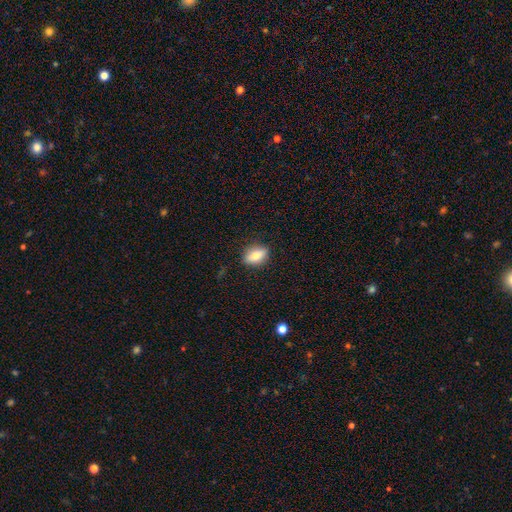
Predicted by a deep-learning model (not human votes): Morphology: type=smooth (72%); roundness=in between (76%); merging=none (85%).